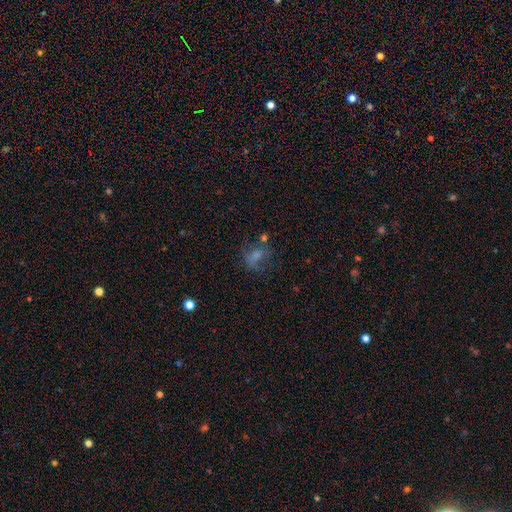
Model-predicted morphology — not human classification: A smooth galaxy with no disk features (56%) that is in between round and cigar-shaped (63%). Merging: none (41%).